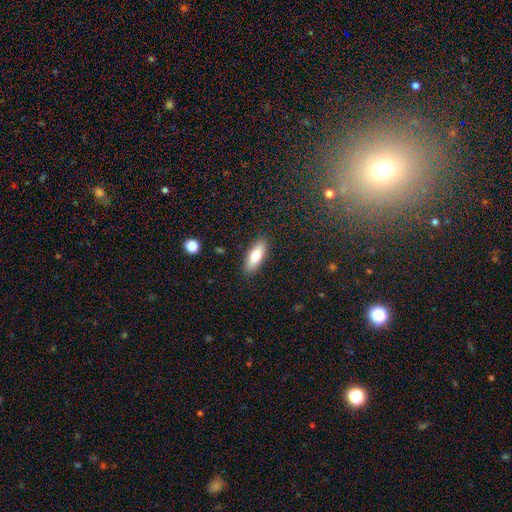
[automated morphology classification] type=smooth (76%); roundness=in between (62%); merging=none (88%).